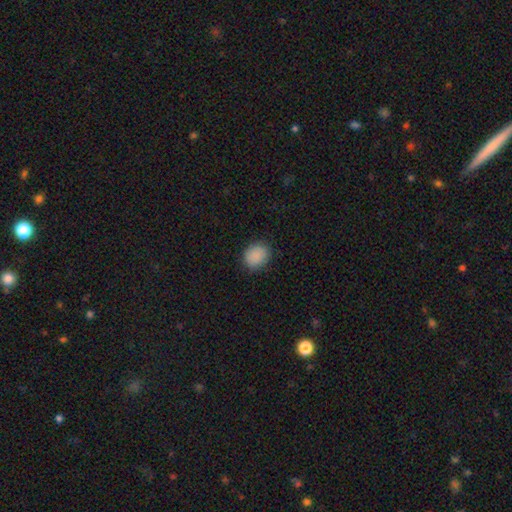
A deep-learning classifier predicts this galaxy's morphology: The model was most divided on "how rounded": round: 58%, in between: 41%, cigar-shaped: 1%. More confident: smooth or featured — smooth (89%); merging — none (86%).